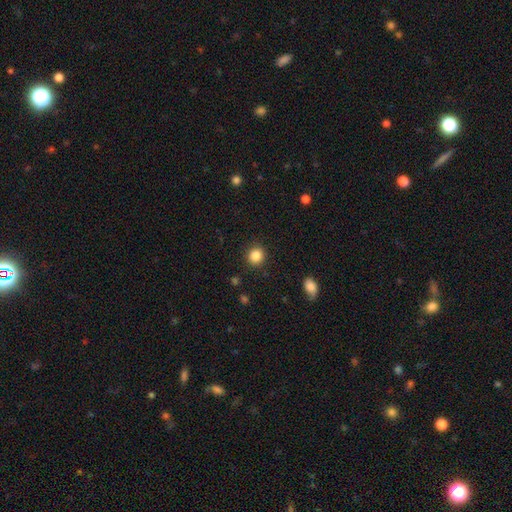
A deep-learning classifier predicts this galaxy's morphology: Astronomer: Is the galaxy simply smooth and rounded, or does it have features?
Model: smooth — 86%.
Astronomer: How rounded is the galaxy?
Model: round — 86%.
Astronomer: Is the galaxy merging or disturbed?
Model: none — 90%.